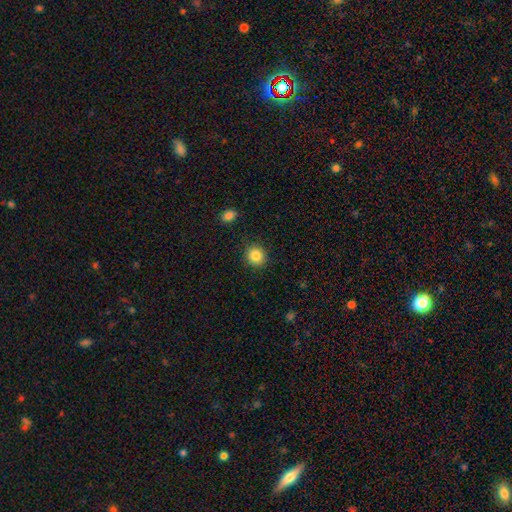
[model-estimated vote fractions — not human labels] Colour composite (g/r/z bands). It shows a smooth galaxy with no disk features (85%) that is round (87%). Merging: none (89%).